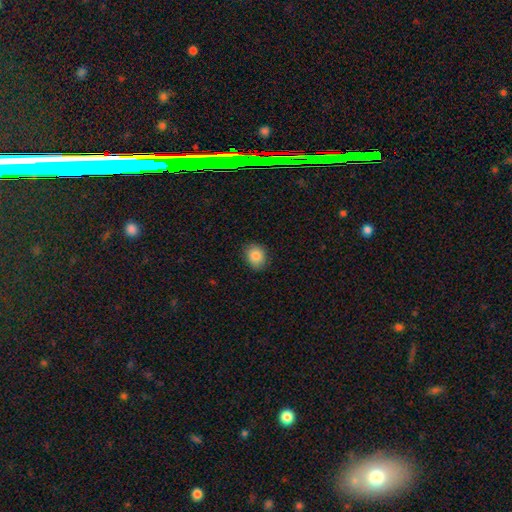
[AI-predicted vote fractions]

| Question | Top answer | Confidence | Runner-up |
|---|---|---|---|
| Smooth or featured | smooth | 85% | star or artifact (9%) |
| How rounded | round | 59% | in between (40%) |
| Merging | none | 85% | minor disturbance (12%) |